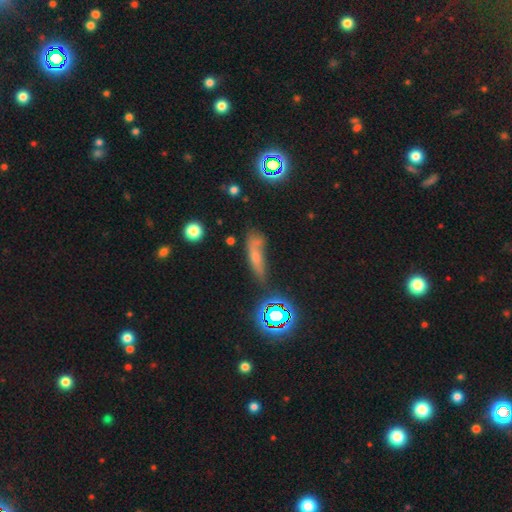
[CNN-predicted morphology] A smooth galaxy with no disk features (48%). Merging: none (44%).